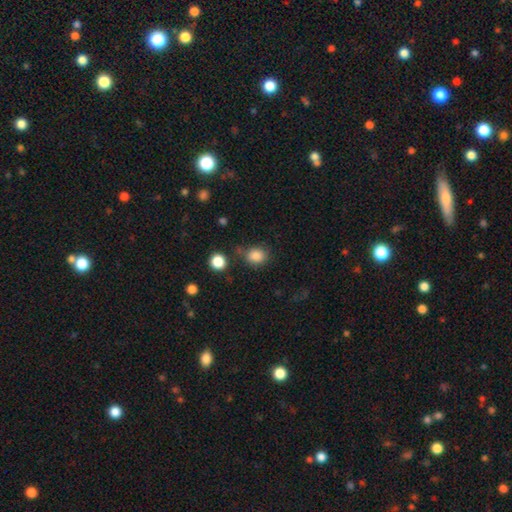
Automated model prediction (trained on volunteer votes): A smooth galaxy with no disk features (85%) that is round (65%). Merging: none (67%).